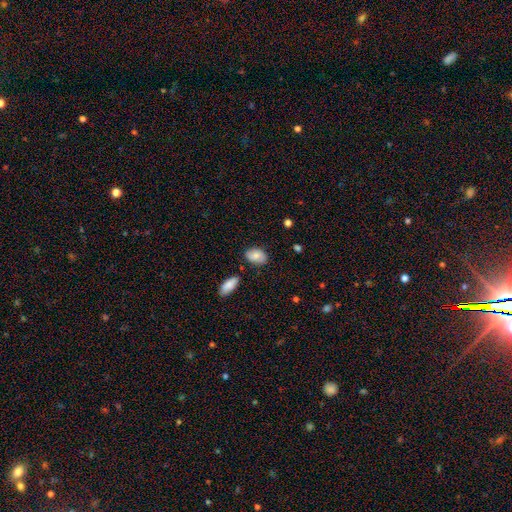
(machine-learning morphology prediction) Overall: smooth (77%). How rounded: in between (87%). Merging: none (76%).